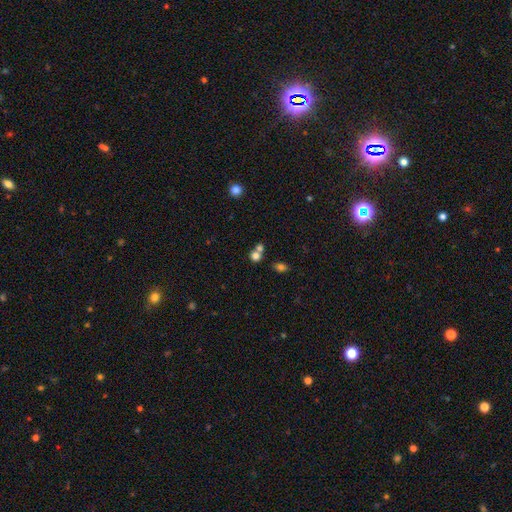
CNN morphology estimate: This is likely a smooth galaxy (74%). How rounded: likely round (76%). Merging: possibly merger (45%).